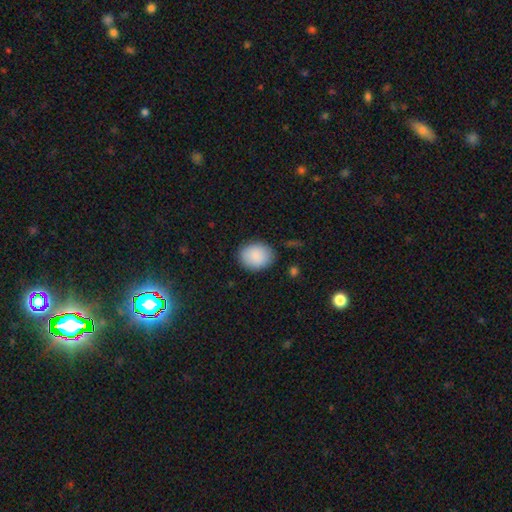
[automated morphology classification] The model was most divided on "how rounded": round: 50%, in between: 49%, cigar-shaped: 1%. More confident: smooth or featured — smooth (89%); merging — none (84%).